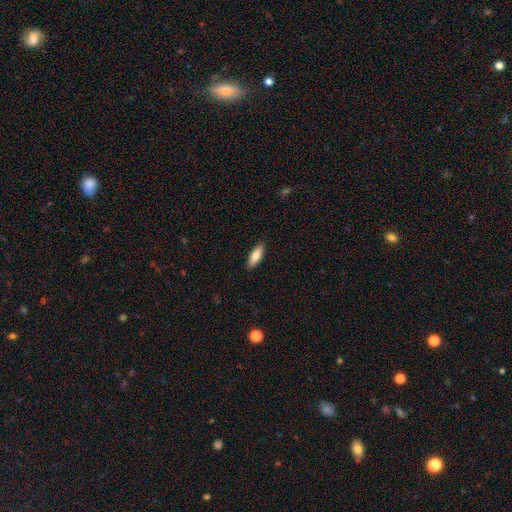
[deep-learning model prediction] Q: Smooth or featured?
A: smooth (82%); runner-up: featured or disk (12%)
Q: How rounded?
A: in between (65%); runner-up: cigar-shaped (33%)
Q: Merging?
A: none (89%); runner-up: minor disturbance (8%)